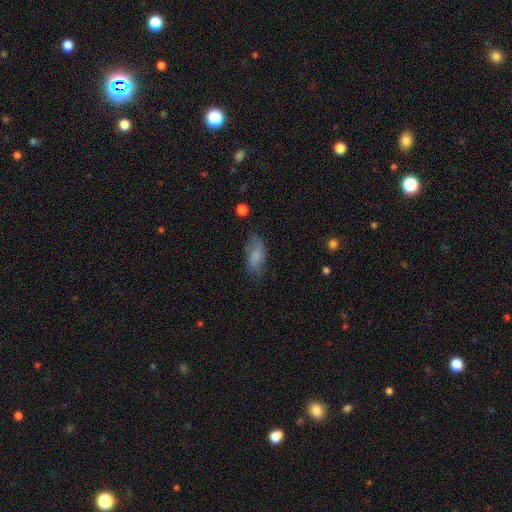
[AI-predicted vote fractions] A smooth galaxy with no disk features (71%) that is in between round and cigar-shaped (88%).

Vote fractions:
- Smooth or featured? smooth: 71% / featured or disk: 20% / star or artifact: 9%
- How rounded? in between: 88% / cigar-shaped: 8% / round: 4%
- Merging? none: 62% / minor disturbance: 25% / major disturbance: 11% / merger: 2%